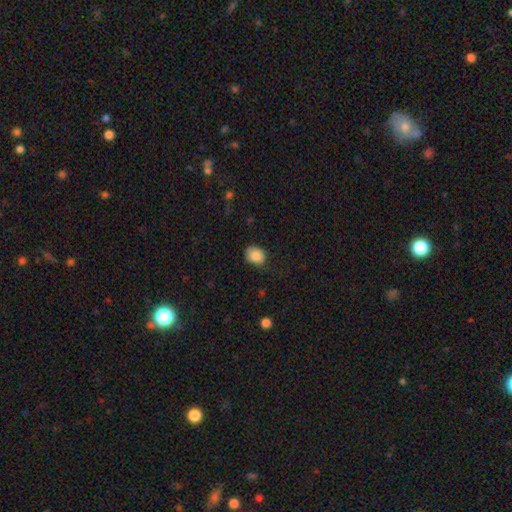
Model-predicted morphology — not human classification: The model was most divided on "how rounded": round: 53%, in between: 46%, cigar-shaped: 1%. More confident: smooth or featured — smooth (85%); merging — none (74%).